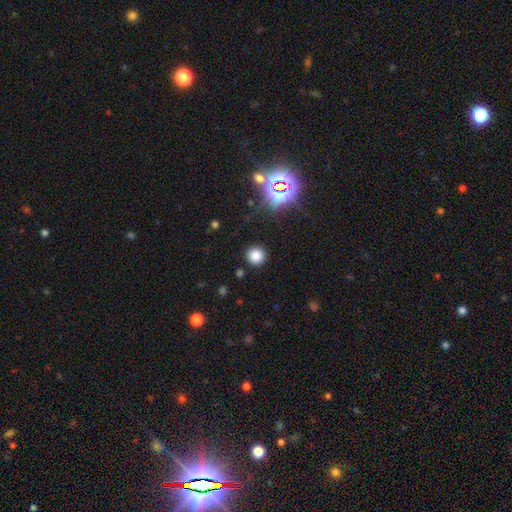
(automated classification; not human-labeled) A smooth galaxy with no disk features (78%) that is round (93%).

Vote fractions:
- Smooth or featured? smooth: 78% / star or artifact: 17% / featured or disk: 5%
- How rounded? round: 93% / in between: 6% / cigar-shaped: 1%
- Merging? none: 90% / minor disturbance: 6% / major disturbance: 3% / merger: 2%